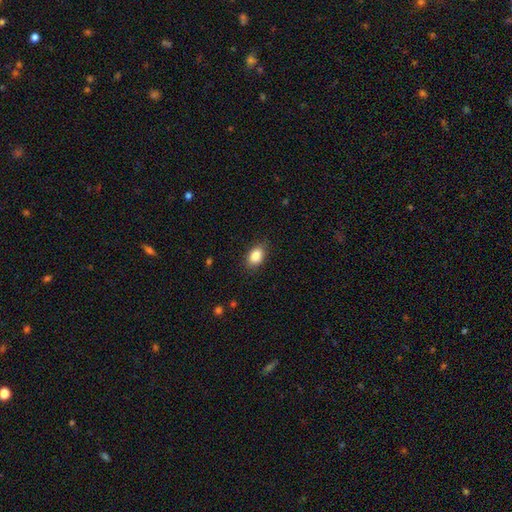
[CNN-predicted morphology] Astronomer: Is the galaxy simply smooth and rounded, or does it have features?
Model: smooth — 86%.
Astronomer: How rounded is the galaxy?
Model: in between — 85%.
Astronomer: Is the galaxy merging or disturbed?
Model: none — 86%.